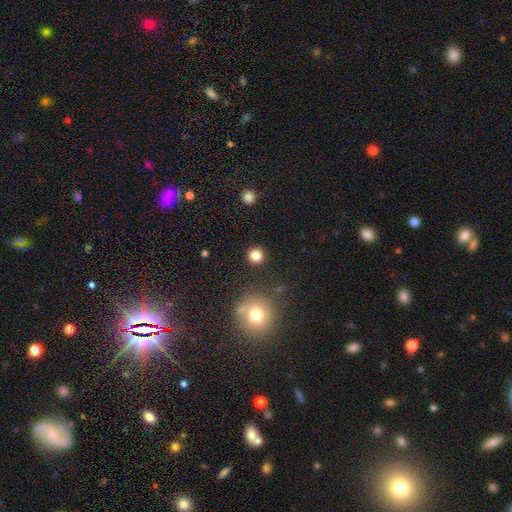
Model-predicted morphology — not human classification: smooth-or-featured: smooth: 83% | star or artifact: 12% | featured or disk: 5%
  how-rounded: round: 94% | in between: 5% | cigar-shaped: 1%
  merging: none: 90% | minor disturbance: 5% | major disturbance: 2% | merger: 2%